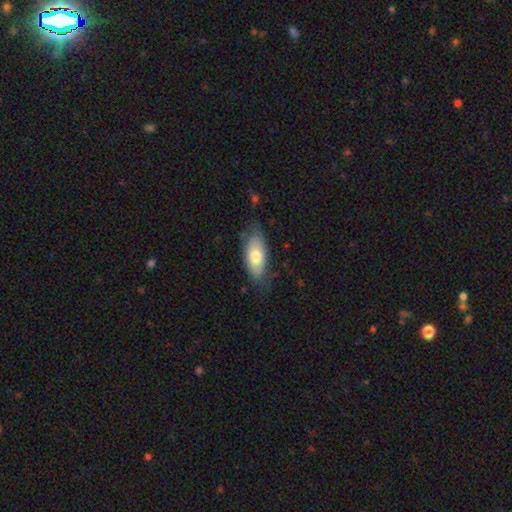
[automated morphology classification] The model was most divided on "smooth or featured": smooth: 69%, featured or disk: 25%, star or artifact: 6%. More confident: how rounded — in between (87%); merging — none (71%).